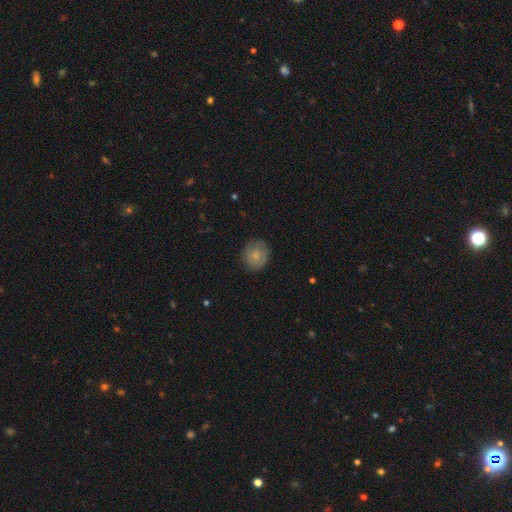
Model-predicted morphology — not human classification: type=smooth (73%); roundness=round (75%); merging=none (80%).